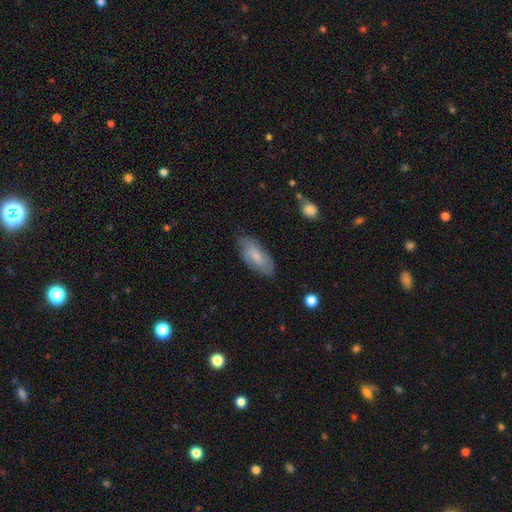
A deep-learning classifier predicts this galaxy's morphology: Smooth or featured? Predicted: smooth (p=0.64). How rounded? Predicted: in between (p=0.84). Merging? Predicted: none (p=0.74).